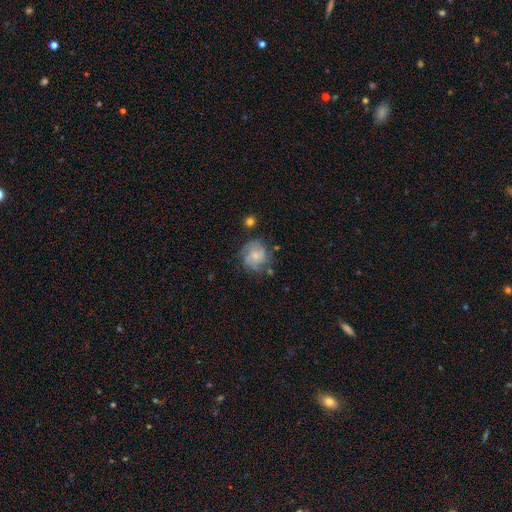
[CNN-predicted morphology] featured or disk 55%, smooth 37%, star or artifact 8%. Down the decision tree: edge-on disk — no (98%); bar — no (73%); spiral arms — yes (83%); bulge size — small (56%); merging — none (64%).